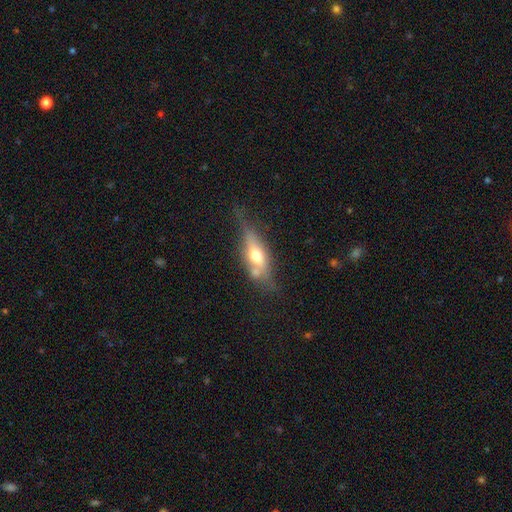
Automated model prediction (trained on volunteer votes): This is possibly a featured or disk galaxy (54%). It is likely viewed edge-on (78%). Merging: possibly none (56%).